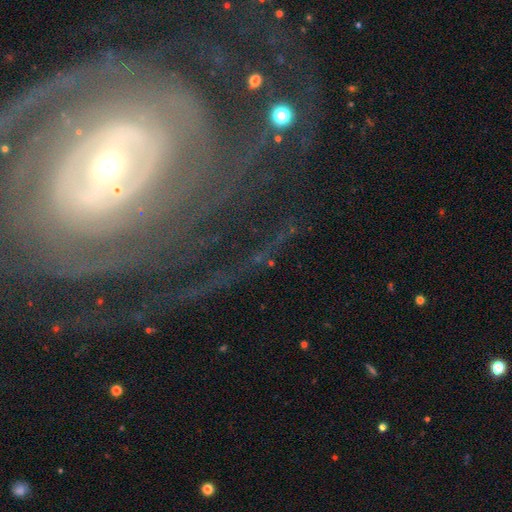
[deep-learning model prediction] smooth-or-featured: featured or disk: 80% | star or artifact: 11% | smooth: 8%
  disk-edge-on: no: 94% | yes: 6%
    bar: no: 39% | strong: 31% | weak: 30%
    has-spiral-arms: yes: 89% | no: 11%
      spiral-winding: tight: 61% | medium: 27% | loose: 11%
      spiral-arm-count: can't tell: 30% | 2: 26% | 3: 14% | 4: 11% | more than 4: 10% | 1: 9%
    bulge-size: small: 68% | moderate: 25% | large: 4% | dominant: 2% | none: 2%
  merging: none: 67% | minor disturbance: 15% | major disturbance: 15% | merger: 4%